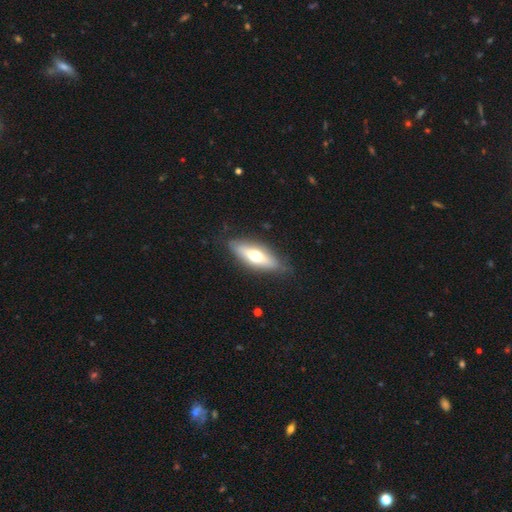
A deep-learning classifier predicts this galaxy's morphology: This appears to be a smooth galaxy with no disk features (49%). Merging: none (83%).